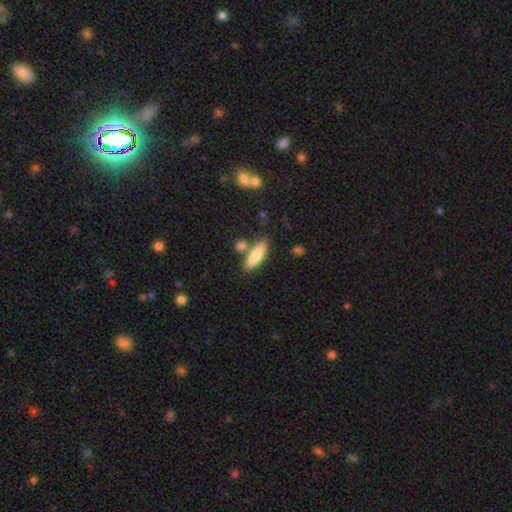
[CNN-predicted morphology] smooth-or-featured: smooth: 79% | featured or disk: 15% | star or artifact: 6%
  how-rounded: cigar-shaped: 50% | in between: 47% | round: 2%
  merging: none: 70% | merger: 14% | minor disturbance: 12% | major disturbance: 3%